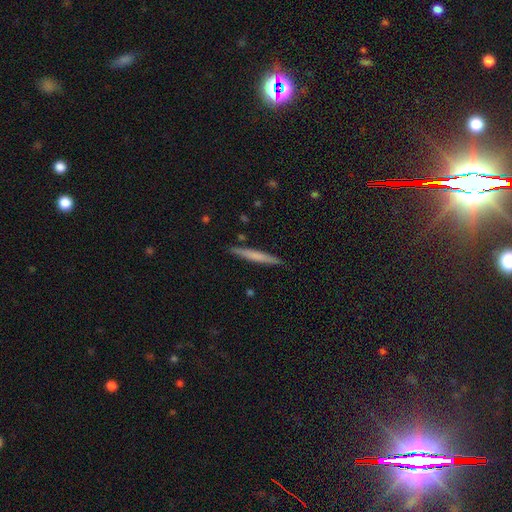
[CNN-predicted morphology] This is possibly a smooth galaxy (59%). How rounded: clearly cigar-shaped (96%). Merging: clearly none (89%).